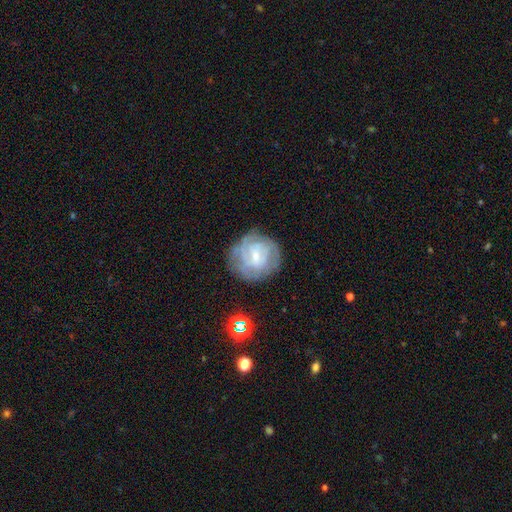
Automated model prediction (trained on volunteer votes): Smooth or featured: featured or disk — 69% (smooth — 24%)
Edge-on disk: no — 97% (yes — 3%)
Bar: weak — 50% (no — 38%)
Spiral arms: yes — 80% (no — 20%)
Spiral winding: tight — 63% (medium — 28%)
Spiral arm count: can't tell — 50% (2 — 19%)
Bulge size: small — 63% (moderate — 28%)
Merging: none — 70% (minor disturbance — 19%)